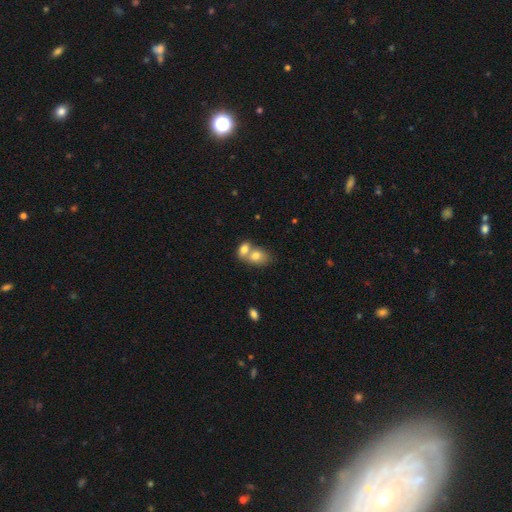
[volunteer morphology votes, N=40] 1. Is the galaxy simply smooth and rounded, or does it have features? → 82% smooth, 10% featured or disk, 8% star or artifact.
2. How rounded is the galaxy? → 82% in between, 18% round, 0% cigar-shaped.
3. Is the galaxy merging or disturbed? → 62% merger, 27% none, 5% minor disturbance, 5% major disturbance.